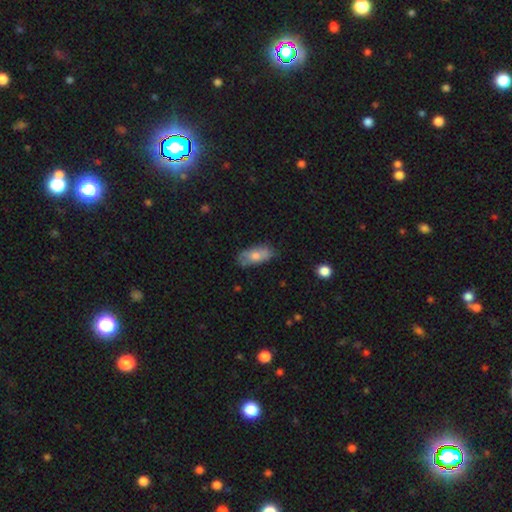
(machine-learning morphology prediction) Q: Smooth or featured?
A: smooth (61%); runner-up: featured or disk (31%)
Q: How rounded?
A: in between (85%); runner-up: cigar-shaped (11%)
Q: Merging?
A: none (73%); runner-up: minor disturbance (21%)